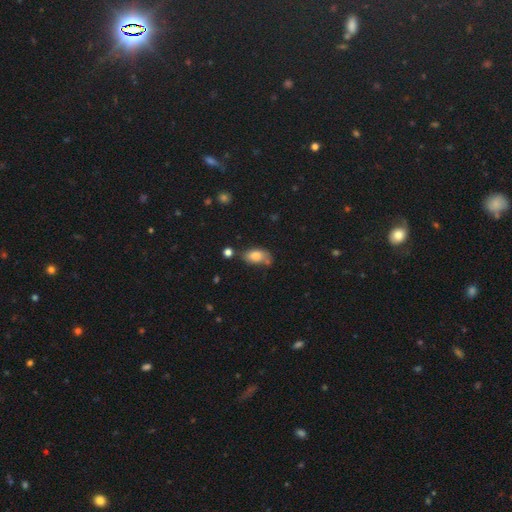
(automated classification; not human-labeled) This appears to be a smooth galaxy with no disk features (80%) that is in between round and cigar-shaped (90%). Merging: none (55%).